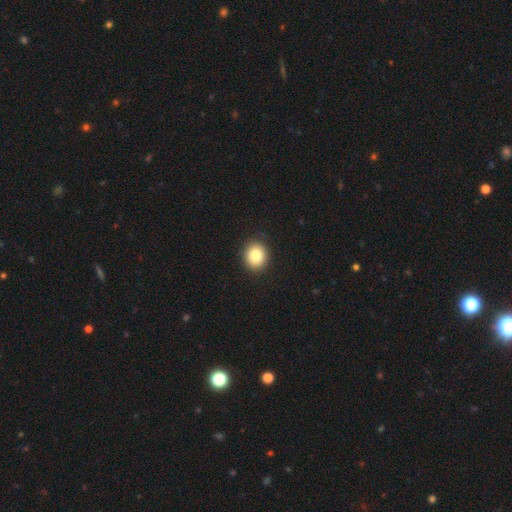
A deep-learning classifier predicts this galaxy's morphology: A smooth galaxy with no disk features (85%) that is round (71%).

Vote fractions:
- Smooth or featured? smooth: 85% / star or artifact: 9% / featured or disk: 6%
- How rounded? round: 71% / in between: 28% / cigar-shaped: 1%
- Merging? none: 91% / minor disturbance: 6% / major disturbance: 2% / merger: 1%